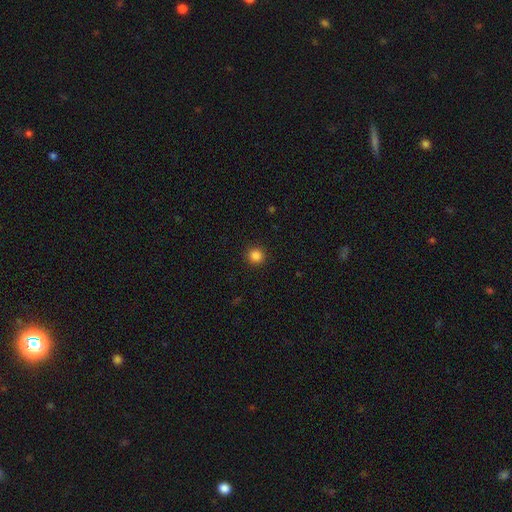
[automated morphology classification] smooth-or-featured: smooth: 85% | star or artifact: 12% | featured or disk: 3%
  how-rounded: round: 93% | in between: 6% | cigar-shaped: 1%
  merging: none: 92% | minor disturbance: 5% | major disturbance: 2% | merger: 1%